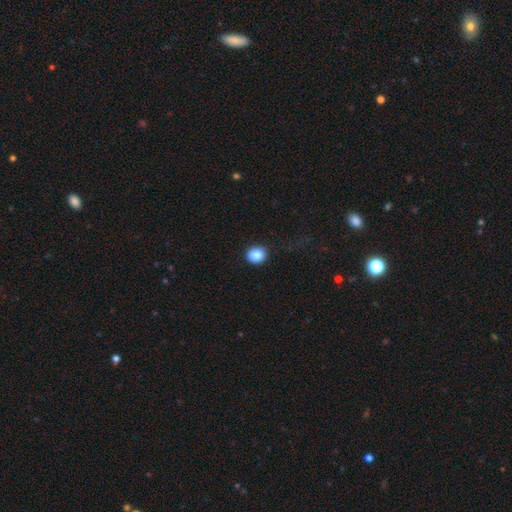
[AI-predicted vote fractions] Smooth or featured?
  - smooth: 87% *
  - star or artifact: 9%
  - featured or disk: 4%
How rounded?
  - round: 82% *
  - in between: 17%
  - cigar-shaped: 1%
Merging?
  - none: 88% *
  - minor disturbance: 8%
  - major disturbance: 3%
  - merger: 1%